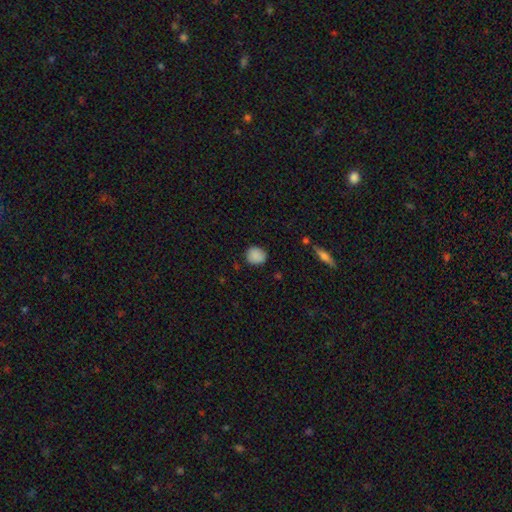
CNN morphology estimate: smooth-or-featured: smooth: 87% | star or artifact: 8% | featured or disk: 4%
  how-rounded: round: 80% | in between: 19% | cigar-shaped: 1%
  merging: none: 83% | minor disturbance: 12% | major disturbance: 3% | merger: 1%